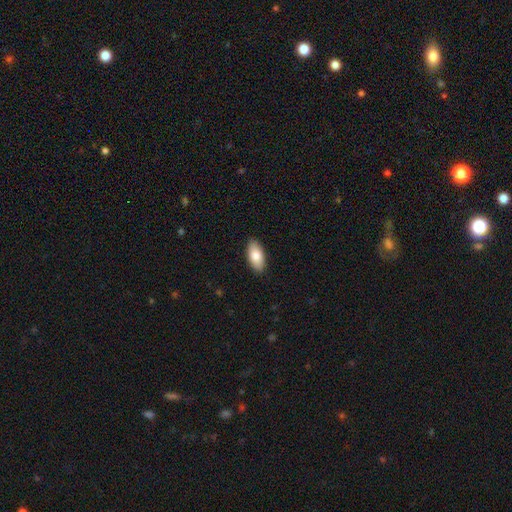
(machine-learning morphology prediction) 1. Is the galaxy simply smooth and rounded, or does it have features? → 83% smooth, 11% featured or disk, 6% star or artifact.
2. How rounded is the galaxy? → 91% in between, 7% cigar-shaped, 2% round.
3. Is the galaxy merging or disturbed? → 89% none, 8% minor disturbance, 2% major disturbance, 1% merger.